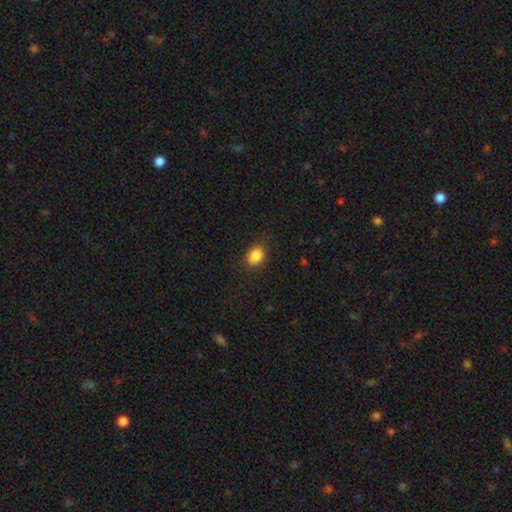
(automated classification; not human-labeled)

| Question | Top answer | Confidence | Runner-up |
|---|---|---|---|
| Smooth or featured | smooth | 86% | star or artifact (10%) |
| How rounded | in between | 57% | round (42%) |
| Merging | none | 86% | minor disturbance (10%) |